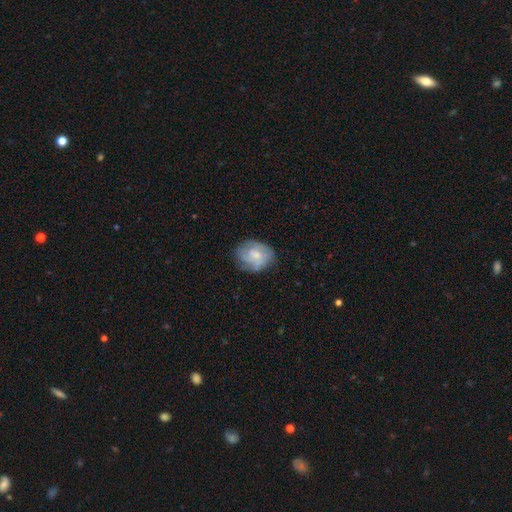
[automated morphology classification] smooth_or_featured: smooth (p=0.47) [alt: featured or disk p=0.46]
merging: none (p=0.63) [alt: minor disturbance p=0.26]